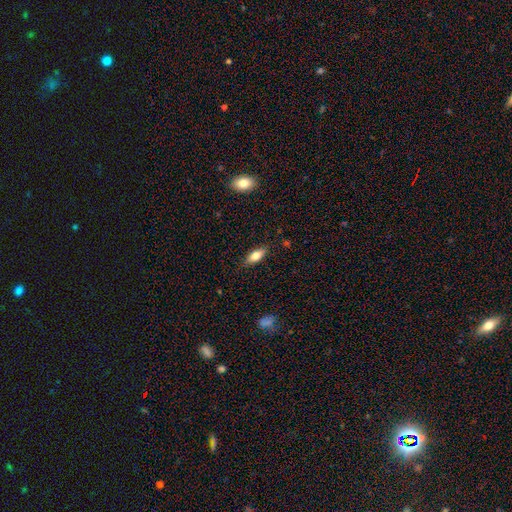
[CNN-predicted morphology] Overall: smooth (74%). How rounded: in between (74%). Merging: none (85%).